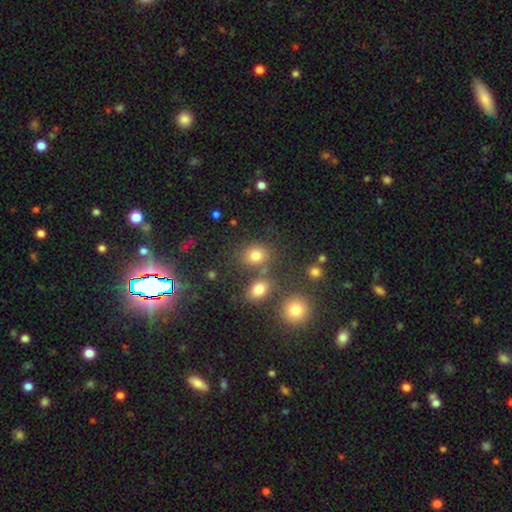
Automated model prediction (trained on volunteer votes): Smooth or featured: smooth — 75% (star or artifact — 17%)
How rounded: round — 62% (in between — 37%)
Merging: none — 68% (merger — 15%)